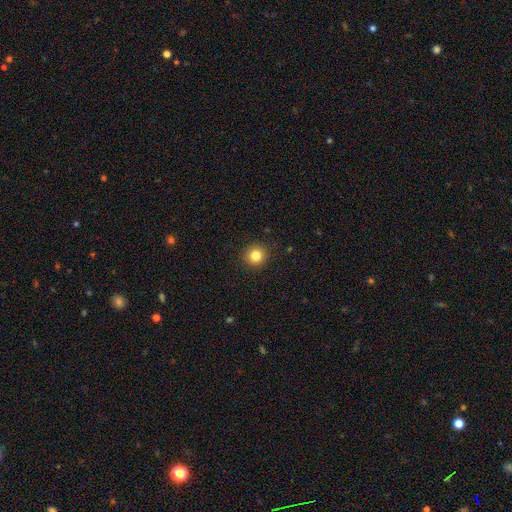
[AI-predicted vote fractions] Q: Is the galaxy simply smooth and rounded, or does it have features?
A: smooth — 84%.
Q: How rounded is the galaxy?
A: round — 92%.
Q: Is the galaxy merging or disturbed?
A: none — 91%.